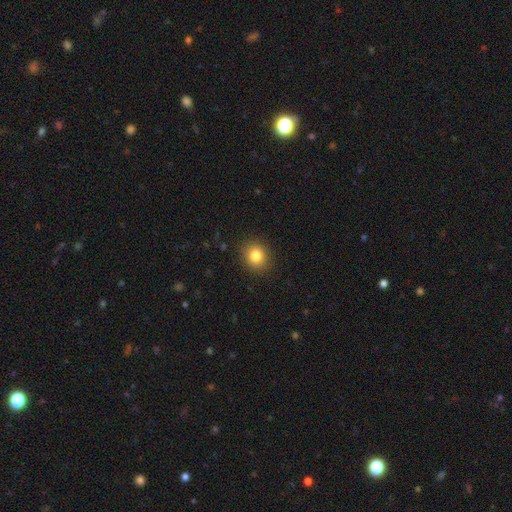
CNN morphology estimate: Overall: smooth (83%). How rounded: round (76%). Merging: none (90%).